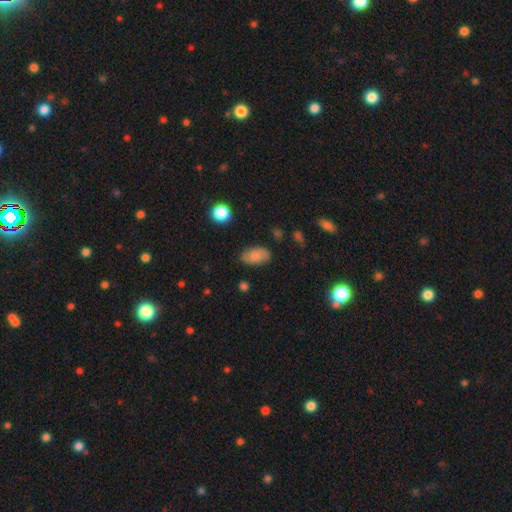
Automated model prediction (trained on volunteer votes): The model was most divided on "smooth or featured": smooth: 74%, featured or disk: 18%, star or artifact: 9%. More confident: how rounded — in between (92%); merging — none (78%).